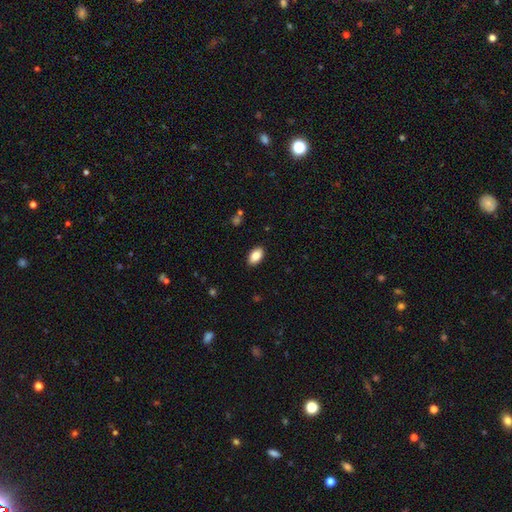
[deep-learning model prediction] Smooth or featured: smooth — 85% (featured or disk — 8%)
How rounded: in between — 93% (round — 5%)
Merging: none — 89% (minor disturbance — 8%)